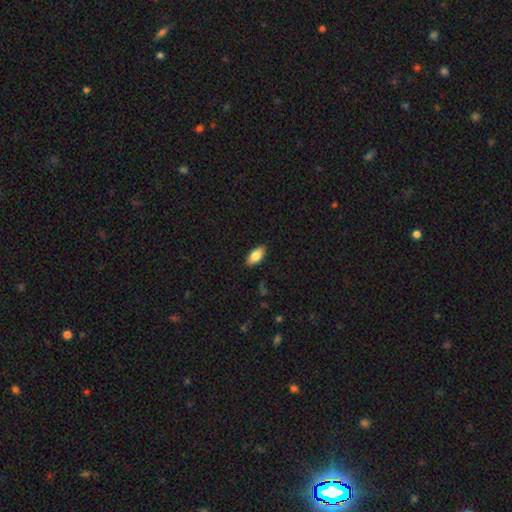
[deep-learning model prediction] A smooth galaxy with no disk features (81%) that is in between round and cigar-shaped (90%). Merging: none (88%).